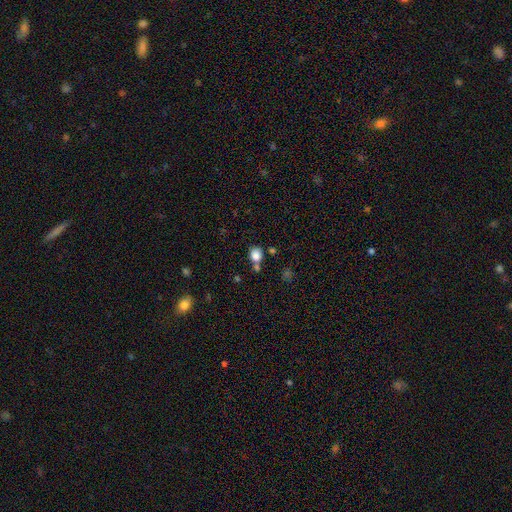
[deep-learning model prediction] Smooth or featured?
  - smooth: 83% *
  - star or artifact: 11%
  - featured or disk: 6%
How rounded?
  - round: 65% *
  - in between: 34%
  - cigar-shaped: 1%
Merging?
  - none: 61% *
  - merger: 21%
  - minor disturbance: 14%
  - major disturbance: 5%